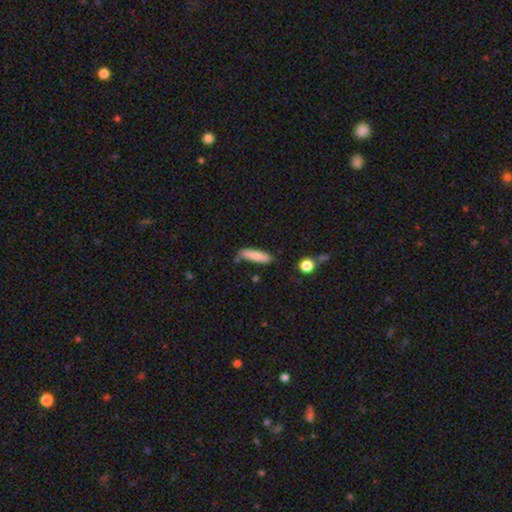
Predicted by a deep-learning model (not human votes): This appears to be a smooth galaxy with no disk features (83%) that is cigar-shaped (71%). Merging: none (72%).